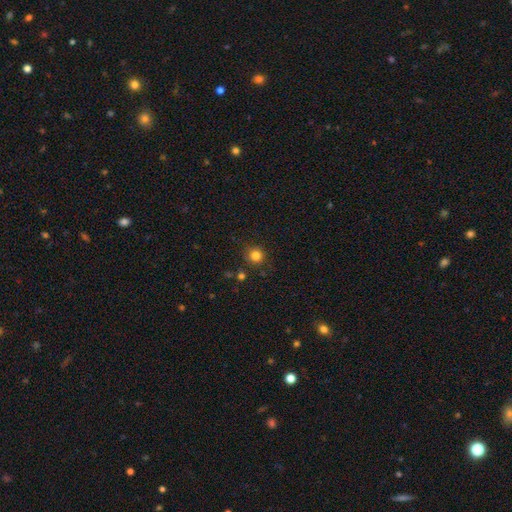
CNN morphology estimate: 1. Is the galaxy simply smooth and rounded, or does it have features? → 82% smooth, 13% star or artifact, 5% featured or disk.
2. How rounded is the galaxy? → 92% round, 7% in between, 1% cigar-shaped.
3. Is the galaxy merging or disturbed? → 86% none, 9% minor disturbance, 3% merger, 2% major disturbance.